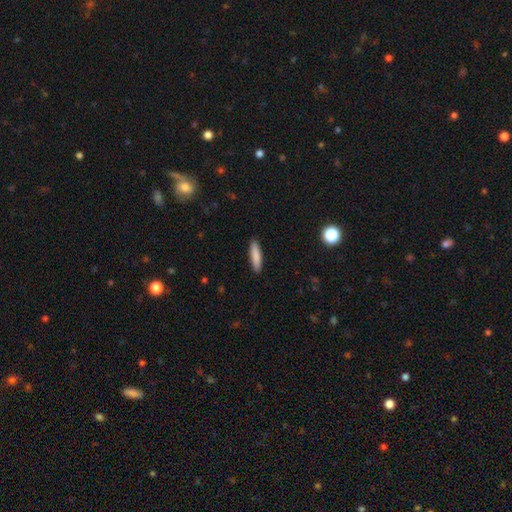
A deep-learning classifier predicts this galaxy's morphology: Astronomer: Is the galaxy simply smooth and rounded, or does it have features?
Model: smooth — 84%.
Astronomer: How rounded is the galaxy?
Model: cigar-shaped — 80%.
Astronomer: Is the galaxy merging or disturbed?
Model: none — 90%.